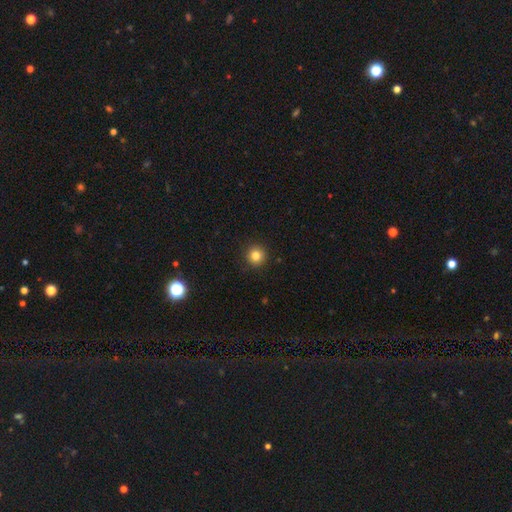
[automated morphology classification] This appears to be a smooth galaxy with no disk features (82%) that is round (95%). Merging: none (92%).